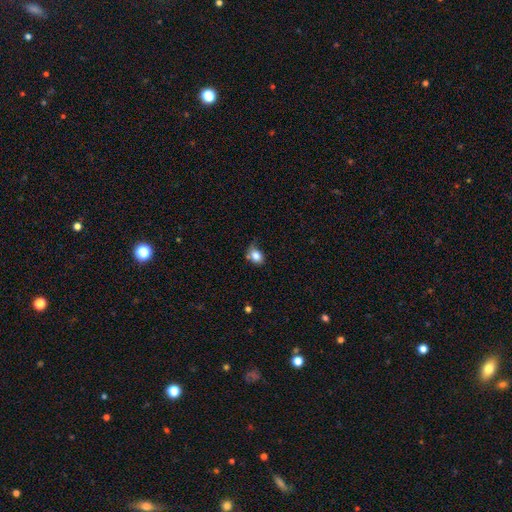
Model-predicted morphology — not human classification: Smooth or featured: smooth — 83% (star or artifact — 9%)
How rounded: in between — 65% (round — 34%)
Merging: none — 51% (minor disturbance — 33%)